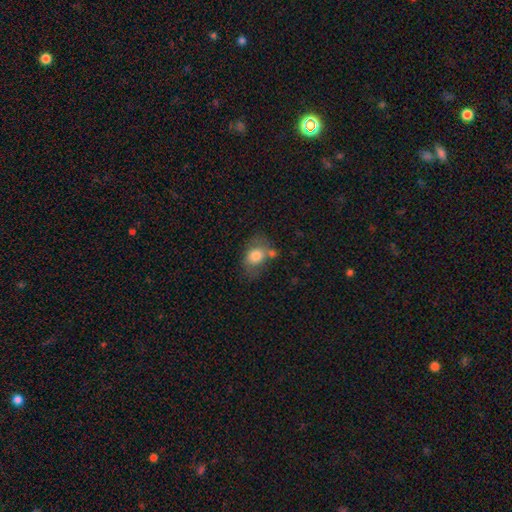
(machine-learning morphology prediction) Smooth or featured? smooth (75%)
How rounded? in between (69%)
Merging? none (43%)